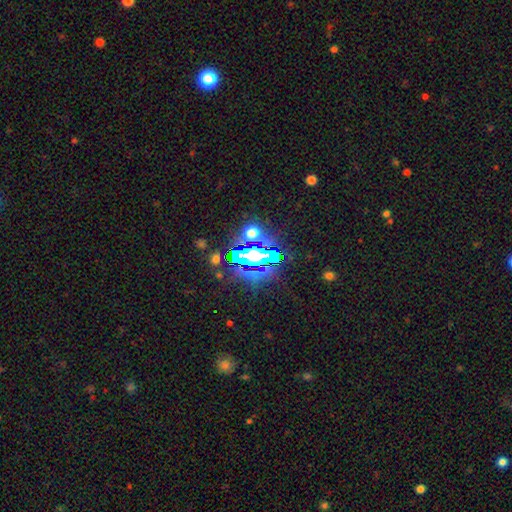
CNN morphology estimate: This is likely a star or artifact rather than a galaxy (69%).